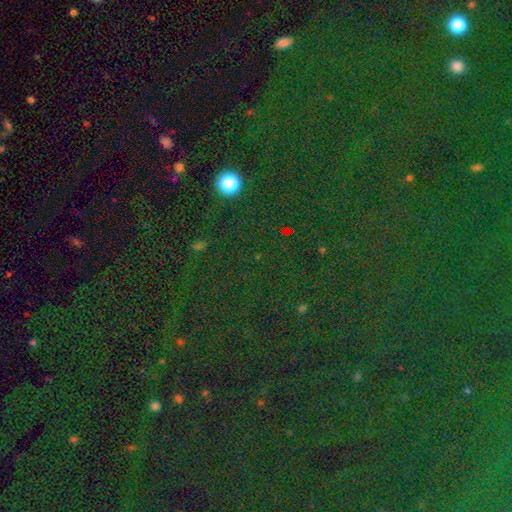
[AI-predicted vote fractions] Q: Smooth or featured?
A: star or artifact (77%); runner-up: smooth (15%)